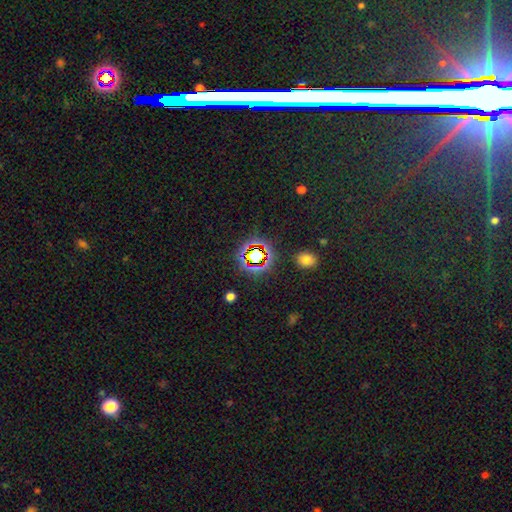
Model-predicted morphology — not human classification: Q: Smooth or featured?
A: star or artifact (70%); runner-up: smooth (20%)